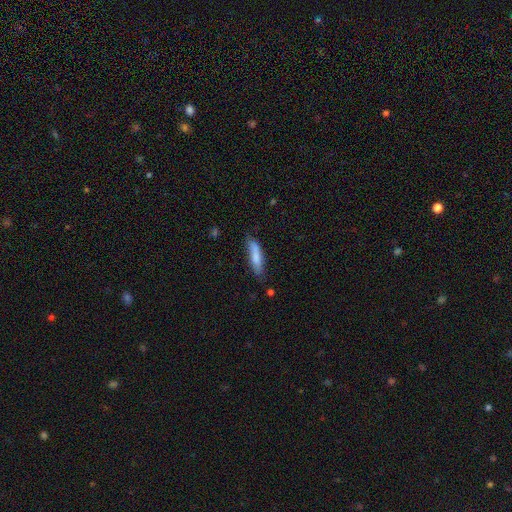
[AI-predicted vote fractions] smooth-or-featured: smooth: 77% | featured or disk: 17% | star or artifact: 6%
  how-rounded: cigar-shaped: 71% | in between: 27% | round: 2%
  merging: none: 63% | minor disturbance: 27% | major disturbance: 6% | merger: 4%